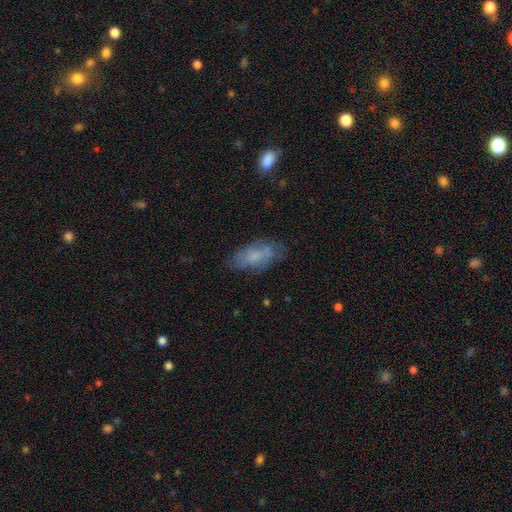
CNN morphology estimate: Smooth or featured? Predicted: smooth (p=0.63). How rounded? Predicted: in between (p=0.84). Merging? Predicted: none (p=0.66).